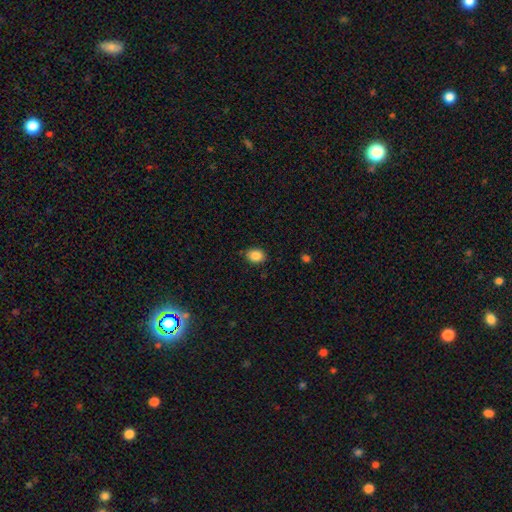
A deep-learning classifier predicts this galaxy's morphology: A smooth galaxy with no disk features (87%) that is in between round and cigar-shaped (62%). Merging: none (85%).